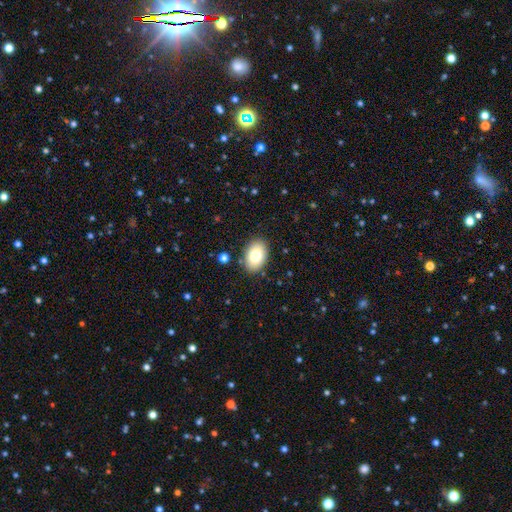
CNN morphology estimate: Smooth or featured: smooth — 80% (featured or disk — 12%)
How rounded: in between — 87% (round — 12%)
Merging: none — 87% (minor disturbance — 9%)